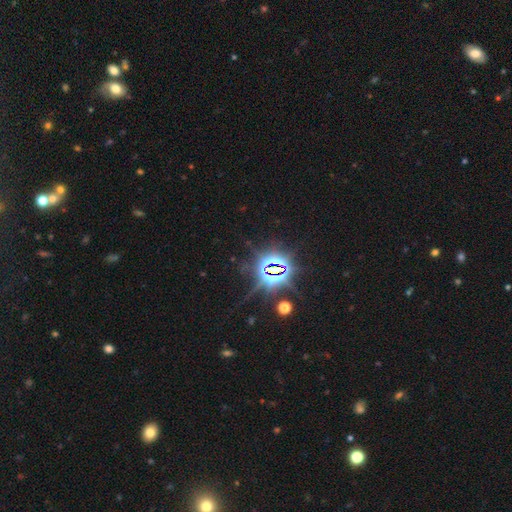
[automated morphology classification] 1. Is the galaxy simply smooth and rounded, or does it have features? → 84% star or artifact, 9% smooth, 6% featured or disk.